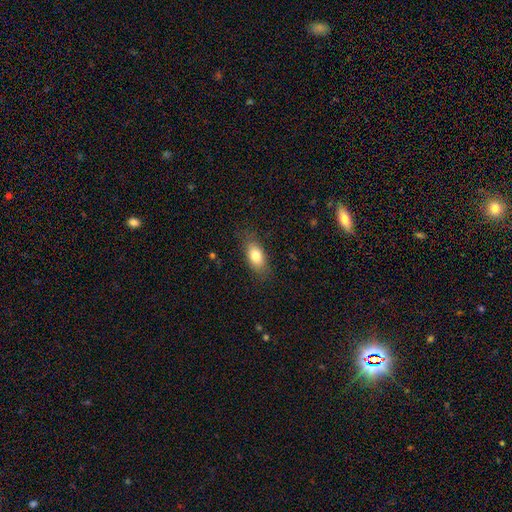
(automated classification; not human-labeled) Smooth or featured: smooth — 80% (featured or disk — 13%)
How rounded: in between — 85% (cigar-shaped — 10%)
Merging: none — 80% (minor disturbance — 15%)